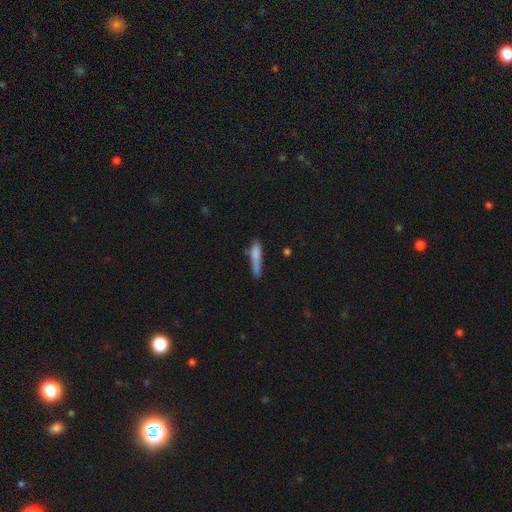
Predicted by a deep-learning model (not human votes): Morphology: type=smooth (75%); roundness=cigar-shaped (84%); merging=none (55%).